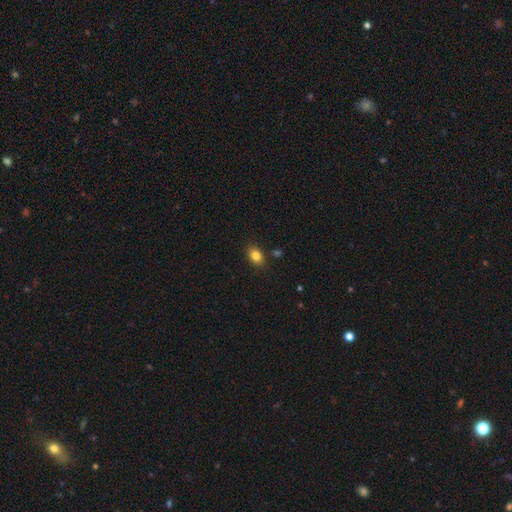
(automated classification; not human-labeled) smooth-or-featured: smooth: 83% | star or artifact: 10% | featured or disk: 7%
  how-rounded: in between: 74% | round: 25% | cigar-shaped: 1%
  merging: none: 85% | minor disturbance: 10% | merger: 3% | major disturbance: 2%